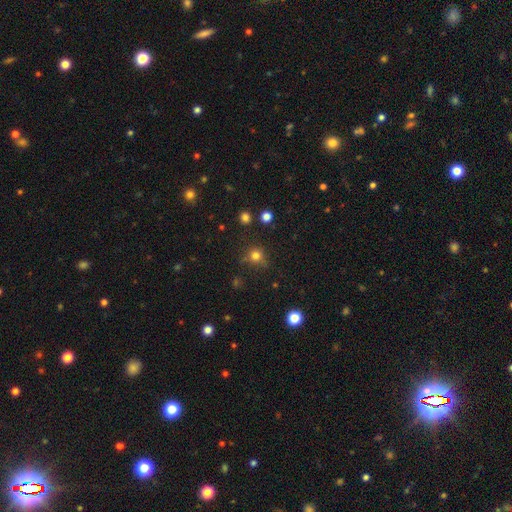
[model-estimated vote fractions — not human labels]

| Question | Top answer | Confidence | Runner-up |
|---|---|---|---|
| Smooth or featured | smooth | 73% | star or artifact (19%) |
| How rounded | round | 89% | in between (10%) |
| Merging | none | 72% | minor disturbance (17%) |